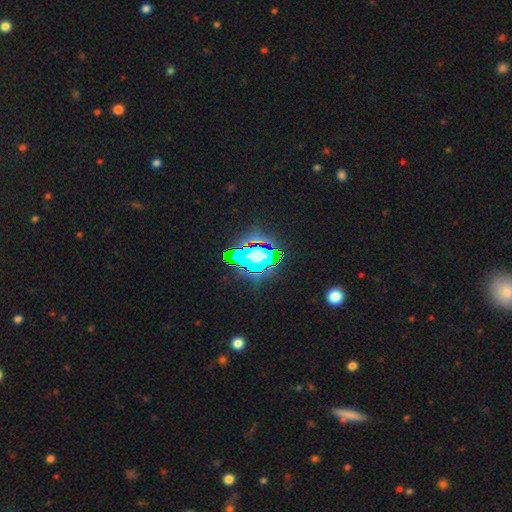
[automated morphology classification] smooth_or_featured: star or artifact (p=0.49) [alt: smooth p=0.27]